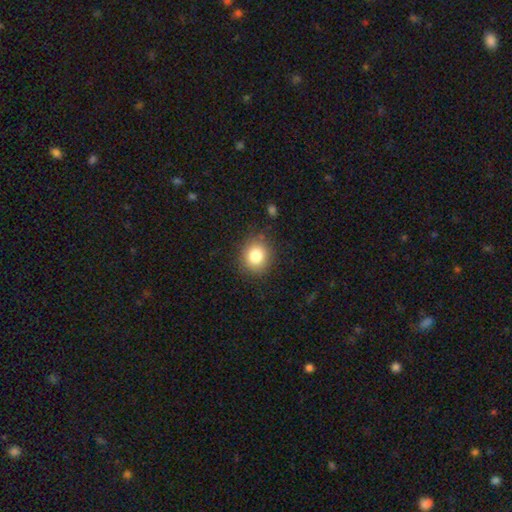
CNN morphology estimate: Overall: smooth (83%). How rounded: round (76%). Merging: none (85%).